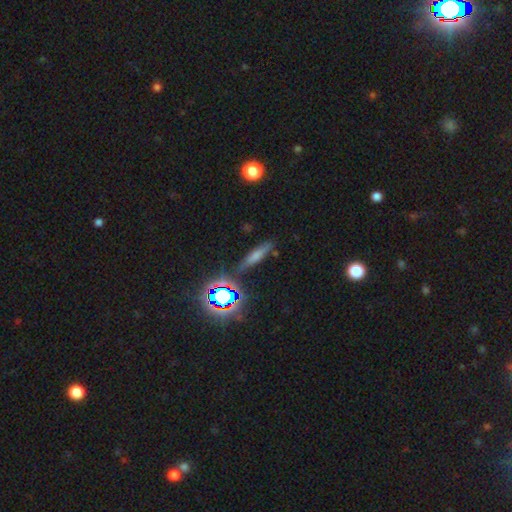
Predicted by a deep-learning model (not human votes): This is marginally a smooth galaxy (45%). Merging: clearly none (83%).